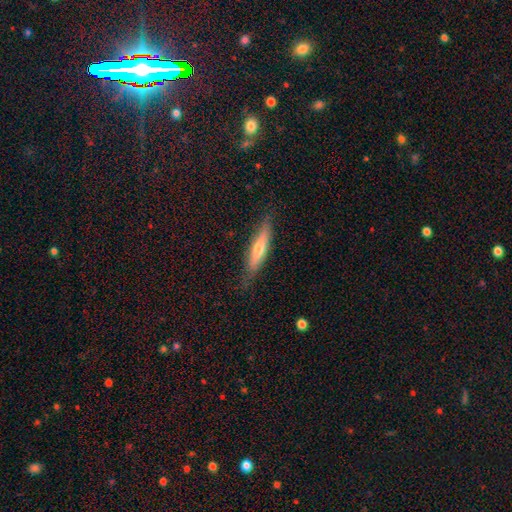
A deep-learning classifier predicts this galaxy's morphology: Smooth or featured?
  - featured or disk: 49% *
  - smooth: 33%
  - star or artifact: 19%
Merging?
  - none: 83% *
  - minor disturbance: 13%
  - major disturbance: 3%
  - merger: 1%